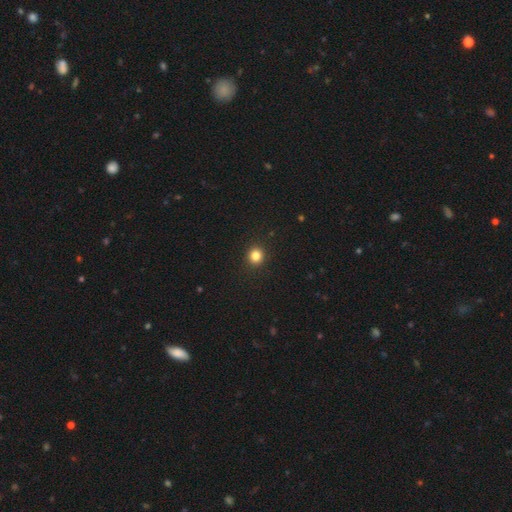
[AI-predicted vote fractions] Q: Smooth or featured?
A: smooth (83%); runner-up: star or artifact (13%)
Q: How rounded?
A: round (91%); runner-up: in between (8%)
Q: Merging?
A: none (93%); runner-up: minor disturbance (5%)